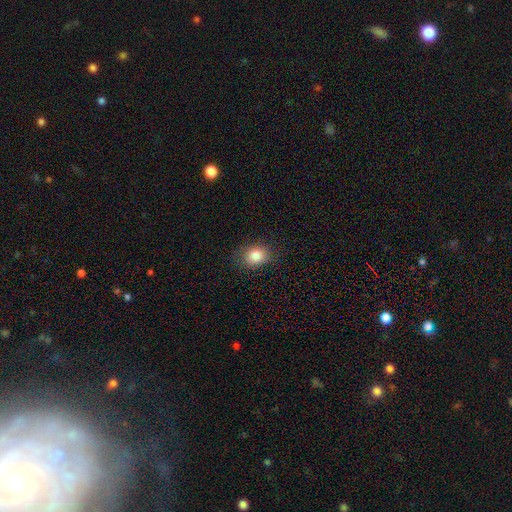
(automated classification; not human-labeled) Smooth or featured: smooth — 84% (star or artifact — 9%)
How rounded: in between — 58% (round — 41%)
Merging: none — 77% (minor disturbance — 17%)